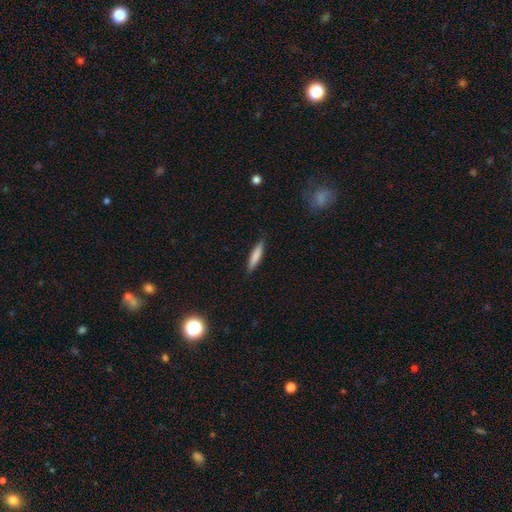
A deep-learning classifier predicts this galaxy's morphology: smooth 78%, featured or disk 16%, star or artifact 6%. Down the decision tree: how rounded — cigar-shaped (87%); merging — none (88%).